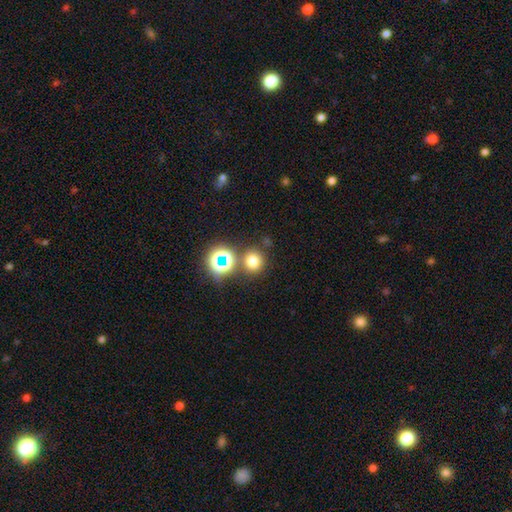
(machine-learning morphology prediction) This is likely a smooth galaxy (67%). How rounded: clearly round (90%). Merging: likely none (79%).